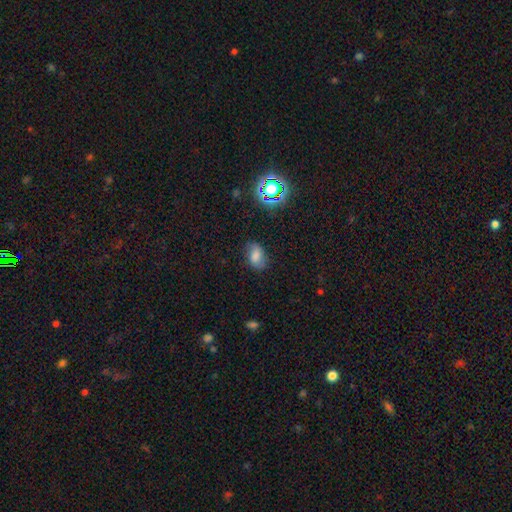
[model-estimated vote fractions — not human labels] This appears to be a smooth galaxy with no disk features (67%) that is in between round and cigar-shaped (85%). Merging: none (69%).